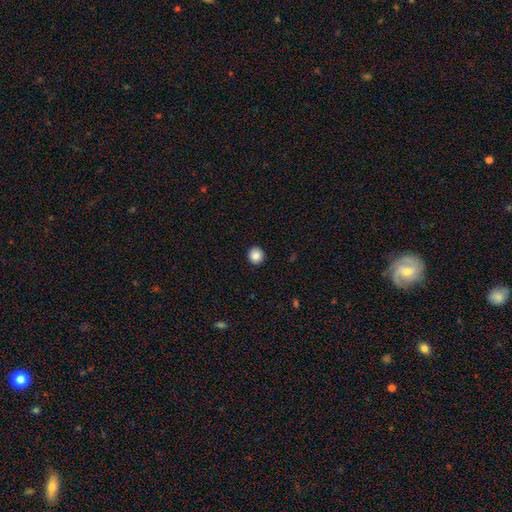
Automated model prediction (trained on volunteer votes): The model was most divided on "smooth or featured": smooth: 87%, star or artifact: 9%, featured or disk: 4%. More confident: how rounded — round (93%); merging — none (93%).